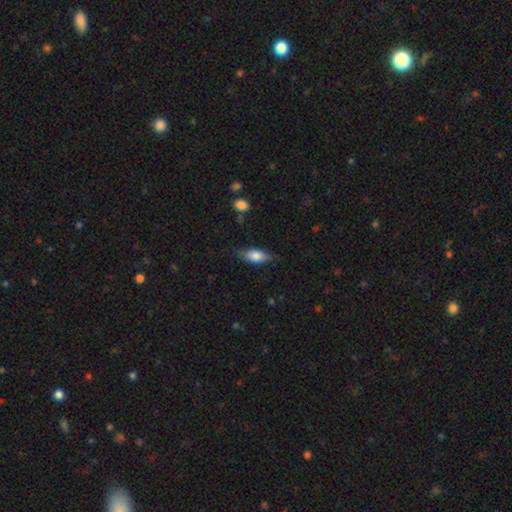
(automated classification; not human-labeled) A smooth galaxy with no disk features (77%) that is in between round and cigar-shaped (82%).

Vote fractions:
- Smooth or featured? smooth: 77% / featured or disk: 17% / star or artifact: 7%
- How rounded? in between: 82% / cigar-shaped: 15% / round: 3%
- Merging? none: 77% / minor disturbance: 18% / major disturbance: 4% / merger: 1%